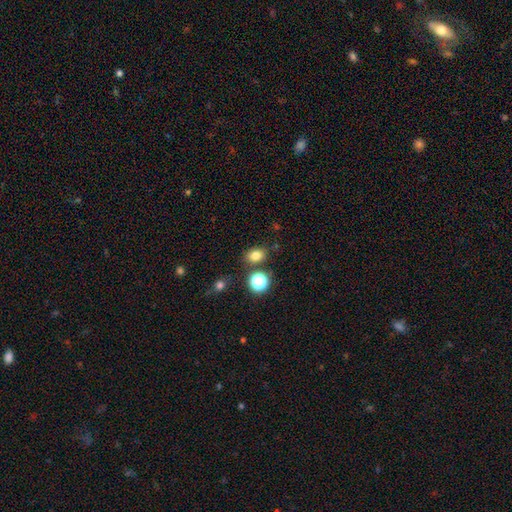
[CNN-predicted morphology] Q: Smooth or featured?
A: smooth (79%); runner-up: star or artifact (15%)
Q: How rounded?
A: in between (57%); runner-up: round (42%)
Q: Merging?
A: none (78%); runner-up: minor disturbance (11%)